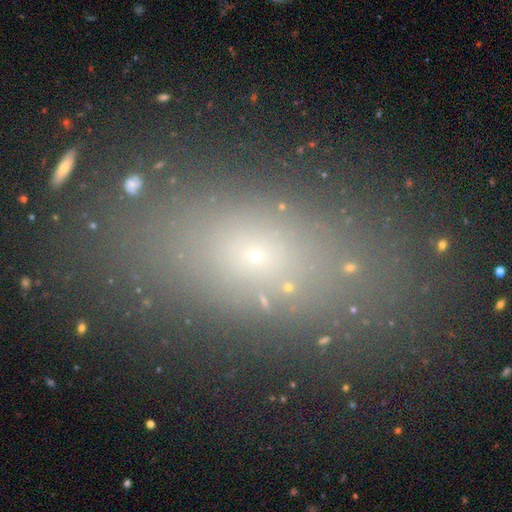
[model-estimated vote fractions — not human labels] Smooth or featured?
  - smooth: 60% *
  - star or artifact: 24%
  - featured or disk: 16%
How rounded?
  - in between: 73% *
  - round: 15%
  - cigar-shaped: 12%
Merging?
  - none: 82% *
  - minor disturbance: 11%
  - major disturbance: 5%
  - merger: 2%